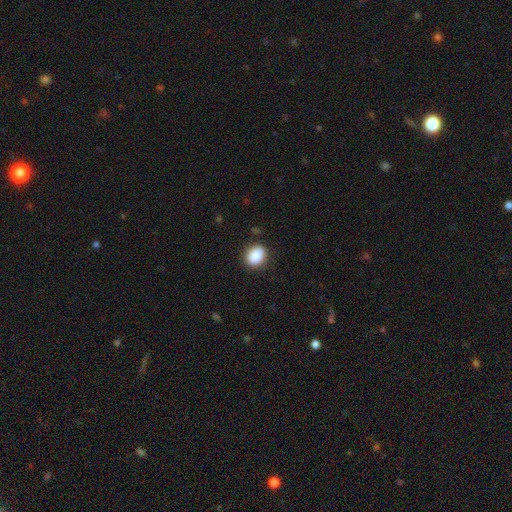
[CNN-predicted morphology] Smooth or featured?
  - smooth: 89% *
  - star or artifact: 8%
  - featured or disk: 3%
How rounded?
  - round: 50% *
  - in between: 49%
  - cigar-shaped: 1%
Merging?
  - none: 87% *
  - minor disturbance: 10%
  - major disturbance: 3%
  - merger: 1%